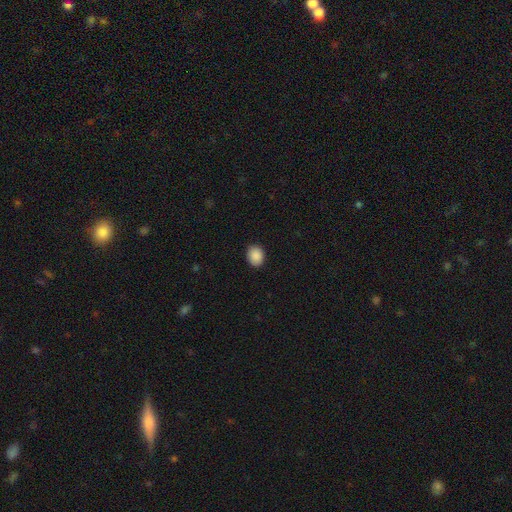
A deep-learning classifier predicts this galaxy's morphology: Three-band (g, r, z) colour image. It shows a smooth galaxy with no disk features (90%) that is in between round and cigar-shaped (56%). Merging: none (89%).